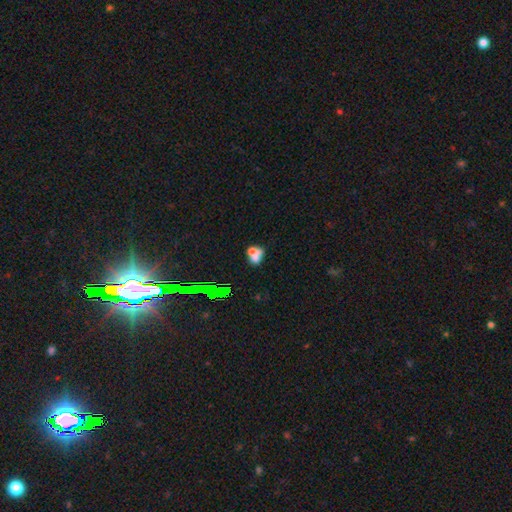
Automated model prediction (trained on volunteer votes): smooth 60%, featured or disk 28%, star or artifact 12%. Down the decision tree: how rounded — in between (60%); merging — merger (51%).